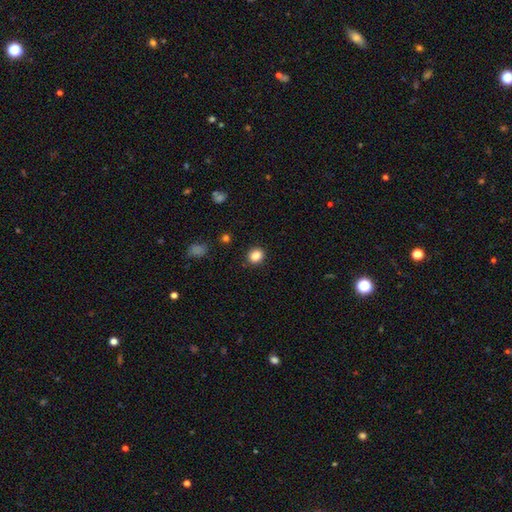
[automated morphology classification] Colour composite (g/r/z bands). It shows a smooth galaxy with no disk features (86%) that is round (70%). Merging: none (89%).